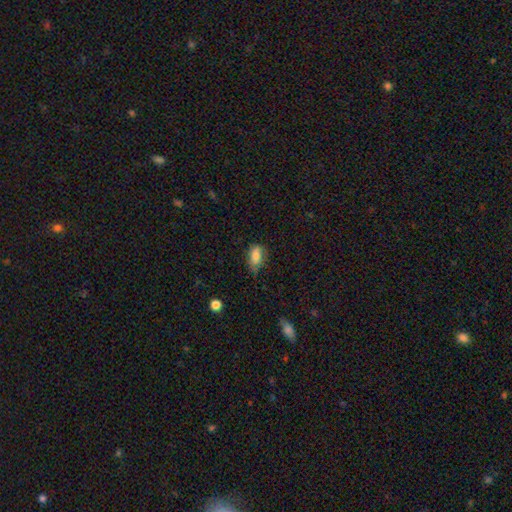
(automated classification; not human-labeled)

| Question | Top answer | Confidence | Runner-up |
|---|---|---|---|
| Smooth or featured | smooth | 83% | featured or disk (9%) |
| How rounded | in between | 88% | round (7%) |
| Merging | none | 61% | minor disturbance (31%) |